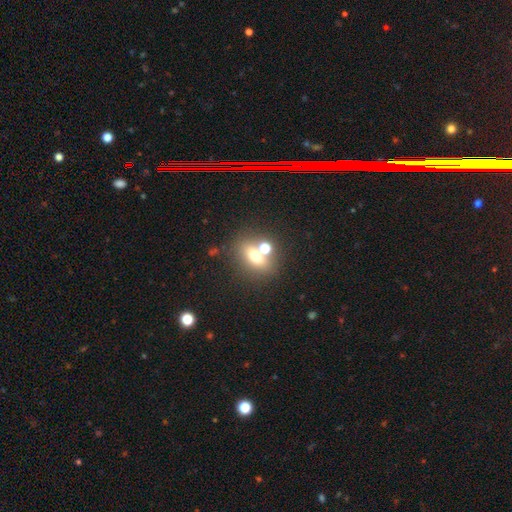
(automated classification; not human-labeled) smooth-or-featured: smooth: 64% | featured or disk: 20% | star or artifact: 16%
  how-rounded: in between: 58% | round: 38% | cigar-shaped: 5%
  merging: none: 56% | merger: 30% | minor disturbance: 9% | major disturbance: 5%